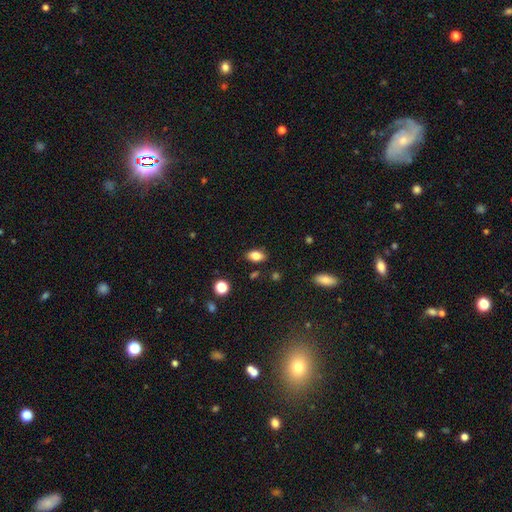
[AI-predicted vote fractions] This is clearly a smooth galaxy (82%). How rounded: clearly in between (87%). Merging: clearly none (85%).